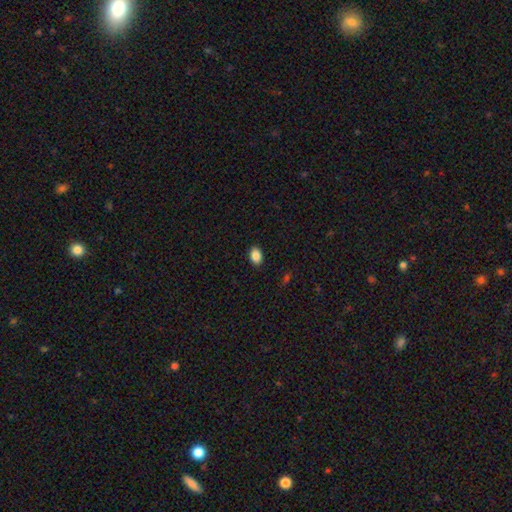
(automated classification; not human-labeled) A smooth galaxy with no disk features (88%) that is in between round and cigar-shaped (81%). Merging: none (89%).